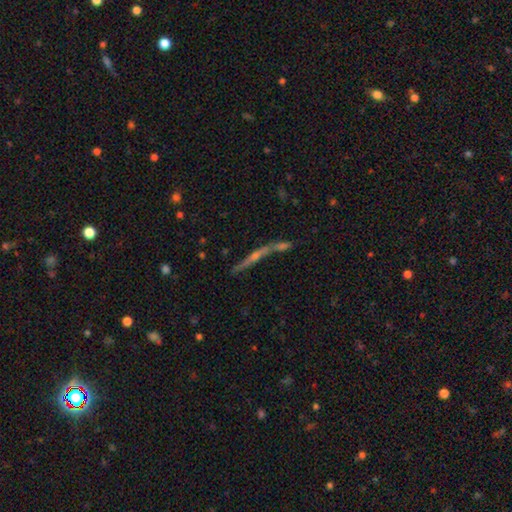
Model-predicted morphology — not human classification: A featured or disk galaxy (66%) viewed edge-on (87%) with a rounded central bulge (63%). Merging: none (51%).